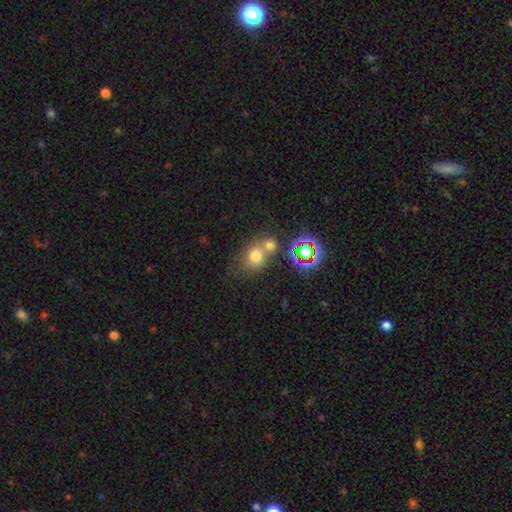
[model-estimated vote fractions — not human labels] A smooth galaxy with no disk features (68%) that is round (71%). Merging: none (43%).